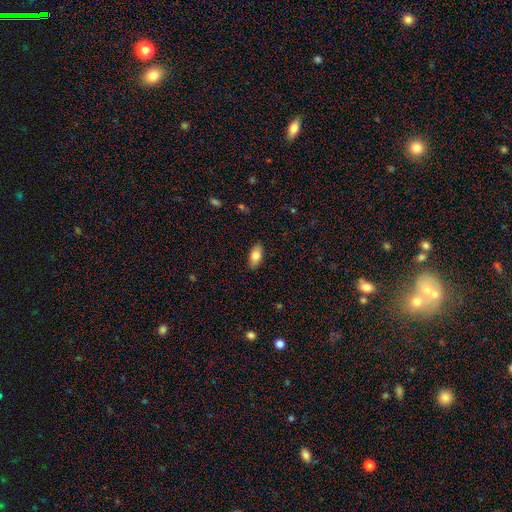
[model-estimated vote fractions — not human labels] A smooth galaxy with no disk features (81%) that is in between round and cigar-shaped (90%).

Vote fractions:
- Smooth or featured? smooth: 81% / featured or disk: 12% / star or artifact: 7%
- How rounded? in between: 90% / cigar-shaped: 7% / round: 3%
- Merging? none: 88% / minor disturbance: 9% / major disturbance: 2% / merger: 1%